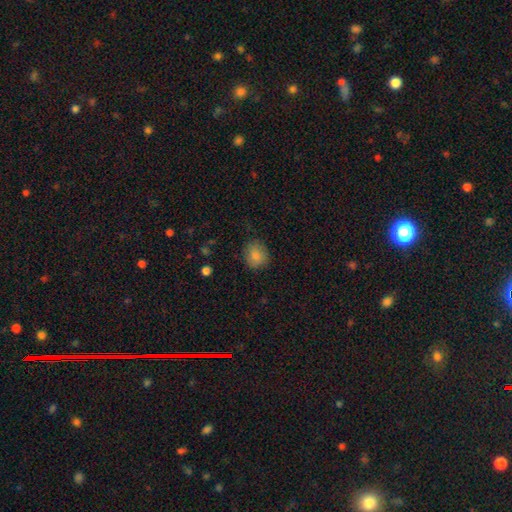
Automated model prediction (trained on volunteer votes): smooth-or-featured: smooth: 84% | star or artifact: 9% | featured or disk: 7%
  how-rounded: round: 72% | in between: 27% | cigar-shaped: 1%
  merging: none: 79% | minor disturbance: 16% | major disturbance: 4% | merger: 1%